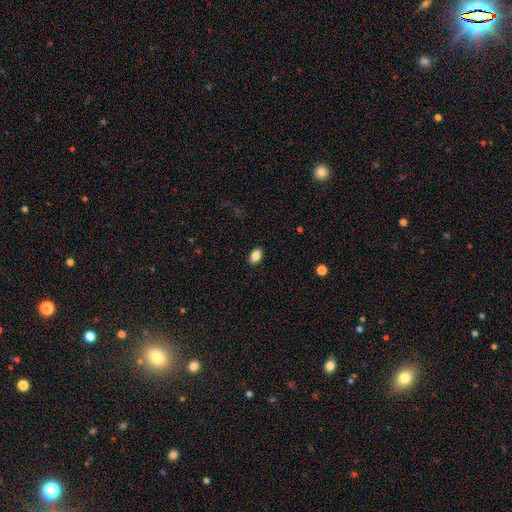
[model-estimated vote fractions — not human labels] A smooth galaxy with no disk features (87%) that is in between round and cigar-shaped (88%). Merging: none (90%).